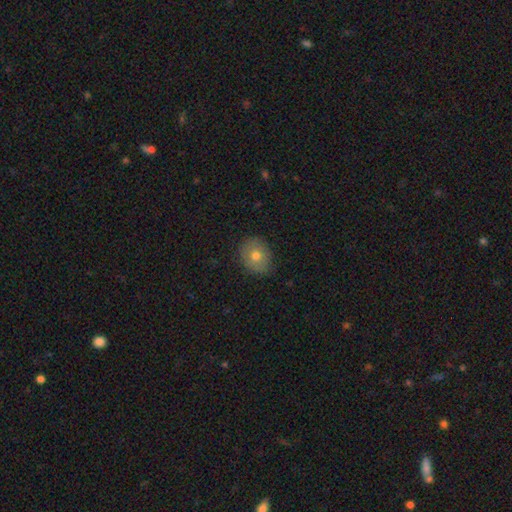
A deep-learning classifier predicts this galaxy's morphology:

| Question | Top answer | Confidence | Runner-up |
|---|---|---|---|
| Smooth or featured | smooth | 74% | featured or disk (16%) |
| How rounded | round | 67% | in between (32%) |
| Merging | none | 83% | minor disturbance (13%) |